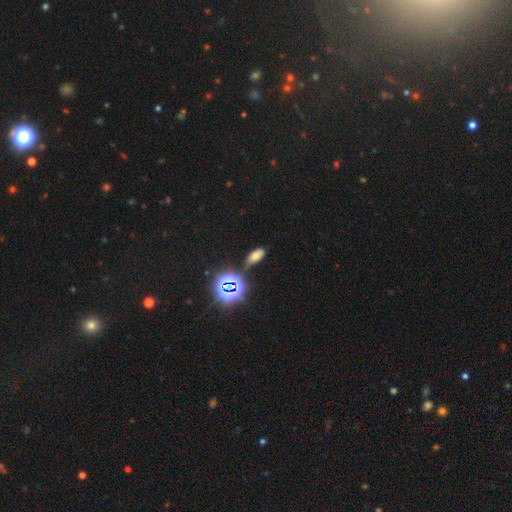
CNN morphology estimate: Smooth or featured?
  - smooth: 57% *
  - star or artifact: 32%
  - featured or disk: 11%
How rounded?
  - in between: 88% *
  - cigar-shaped: 6%
  - round: 6%
Merging?
  - none: 73% *
  - minor disturbance: 17%
  - major disturbance: 5%
  - merger: 5%